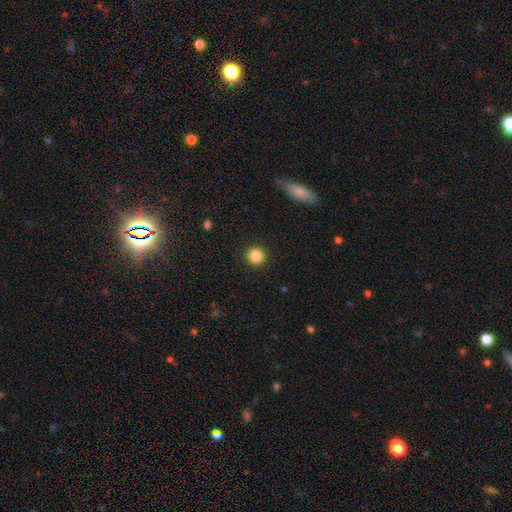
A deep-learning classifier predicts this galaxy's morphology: smooth 86%, star or artifact 10%, featured or disk 4%. Down the decision tree: how rounded — round (94%); merging — none (92%).